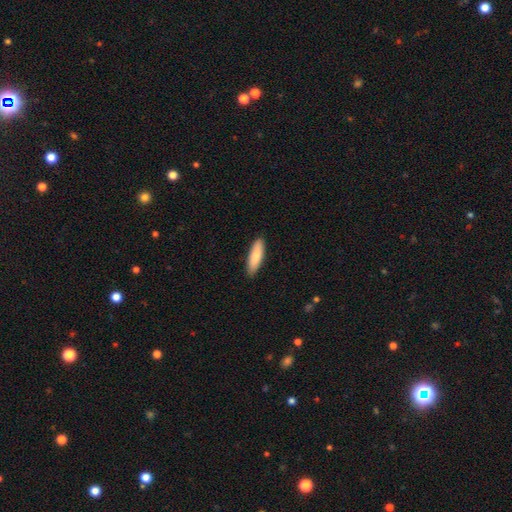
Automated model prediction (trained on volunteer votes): smooth-or-featured: smooth: 83% | featured or disk: 11% | star or artifact: 5%
  how-rounded: cigar-shaped: 54% | in between: 45% | round: 2%
  merging: none: 89% | minor disturbance: 9% | major disturbance: 2% | merger: 1%